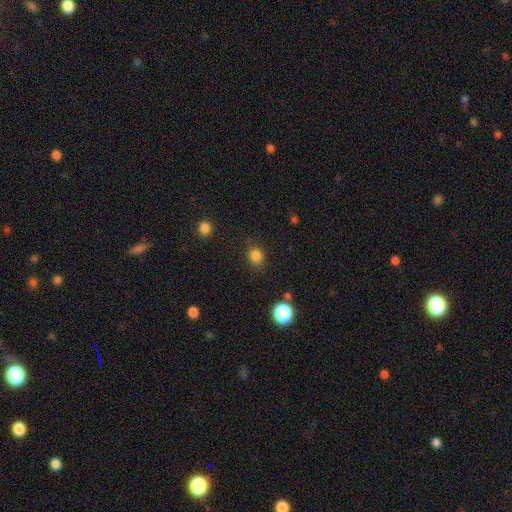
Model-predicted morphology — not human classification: Q: Smooth or featured?
A: smooth (82%); runner-up: star or artifact (14%)
Q: How rounded?
A: round (59%); runner-up: in between (40%)
Q: Merging?
A: none (78%); runner-up: minor disturbance (15%)